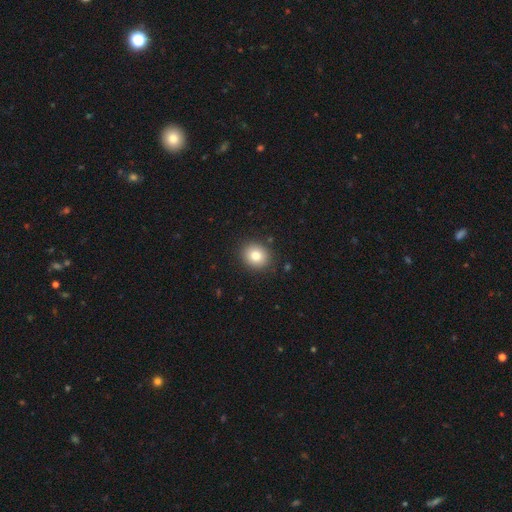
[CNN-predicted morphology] Smooth or featured? smooth (81%)
How rounded? round (75%)
Merging? none (89%)